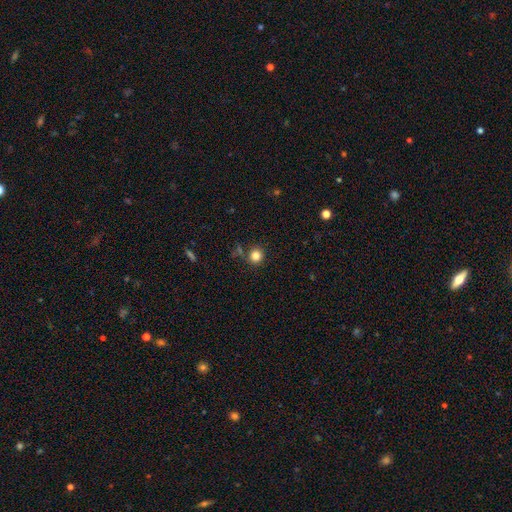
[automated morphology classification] smooth-or-featured: smooth: 83% | star or artifact: 12% | featured or disk: 5%
  how-rounded: round: 91% | in between: 8% | cigar-shaped: 1%
  merging: none: 83% | minor disturbance: 9% | merger: 5% | major disturbance: 3%